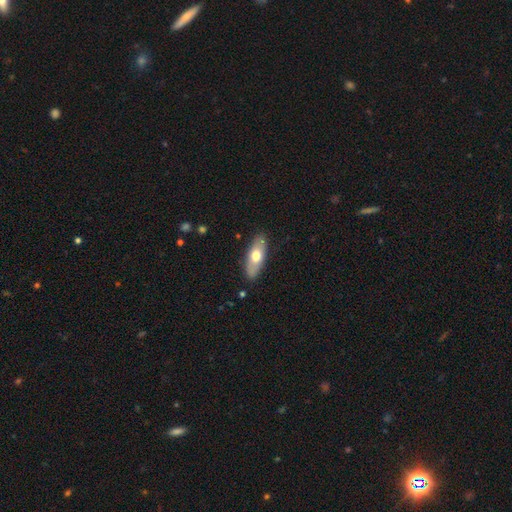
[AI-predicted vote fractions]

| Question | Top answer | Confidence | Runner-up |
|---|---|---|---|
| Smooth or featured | smooth | 62% | featured or disk (33%) |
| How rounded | in between | 74% | cigar-shaped (23%) |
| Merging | none | 86% | minor disturbance (10%) |